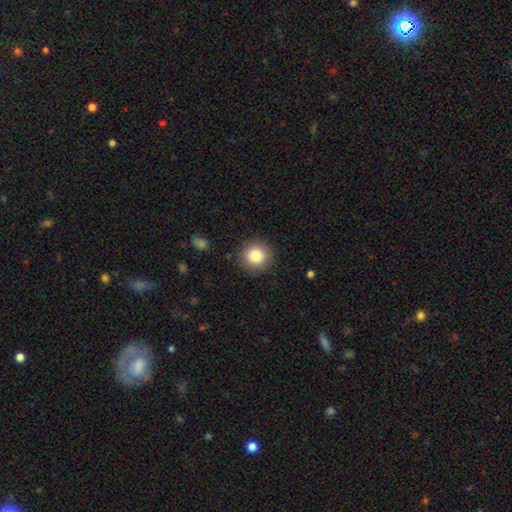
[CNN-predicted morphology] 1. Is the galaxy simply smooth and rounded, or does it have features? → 84% smooth, 10% star or artifact, 6% featured or disk.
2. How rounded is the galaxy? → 94% round, 5% in between, 1% cigar-shaped.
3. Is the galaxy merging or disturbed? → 90% none, 7% minor disturbance, 2% major disturbance, 1% merger.